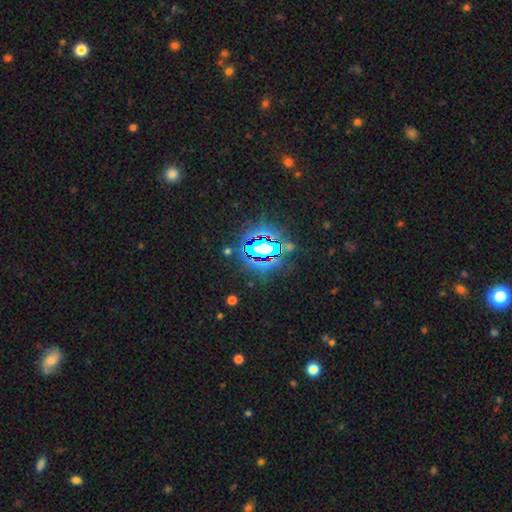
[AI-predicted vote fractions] This is clearly a star or artifact rather than a galaxy (84%).